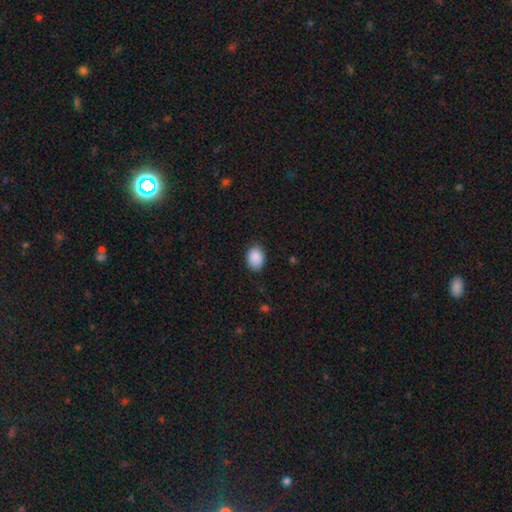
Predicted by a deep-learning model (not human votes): Morphology: type=smooth (89%); roundness=in between (75%); merging=none (81%).